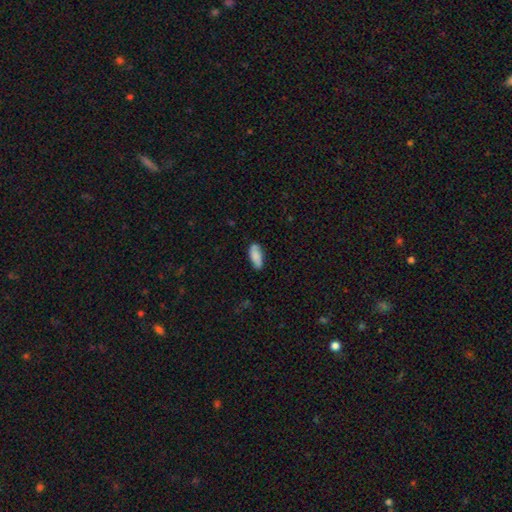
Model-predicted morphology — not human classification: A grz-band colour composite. It shows a smooth galaxy with no disk features (84%) that is in between round and cigar-shaped (77%). Merging: none (80%).